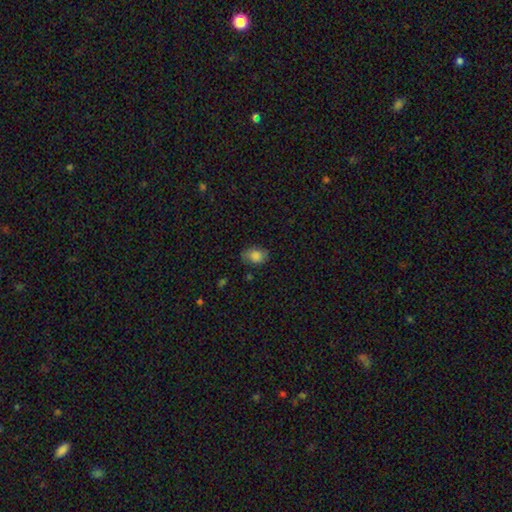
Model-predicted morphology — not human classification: The model was most divided on "merging": none: 65%, minor disturbance: 27%, major disturbance: 7%, merger: 2%. More confident: smooth or featured — smooth (82%); how rounded — in between (75%).